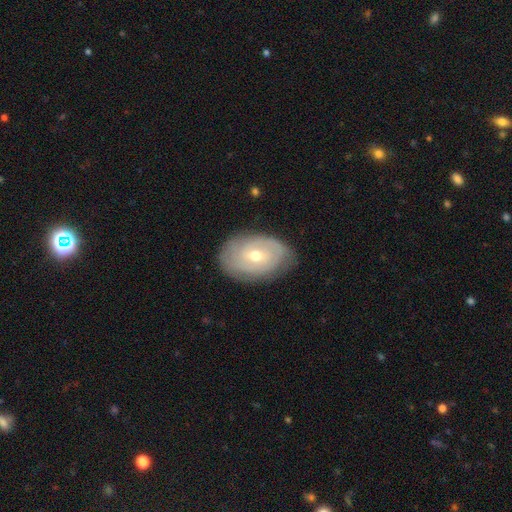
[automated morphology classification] smooth_or_featured: featured or disk (p=0.67) [alt: smooth p=0.27]
disk_edge_on: no (p=0.94) [alt: yes p=0.06]
bar: no (p=0.57) [alt: weak p=0.35]
has_spiral_arms: yes (p=0.73) [alt: no p=0.27]
bulge_size: moderate (p=0.59) [alt: small p=0.37]
merging: none (p=0.78) [alt: minor disturbance p=0.17]